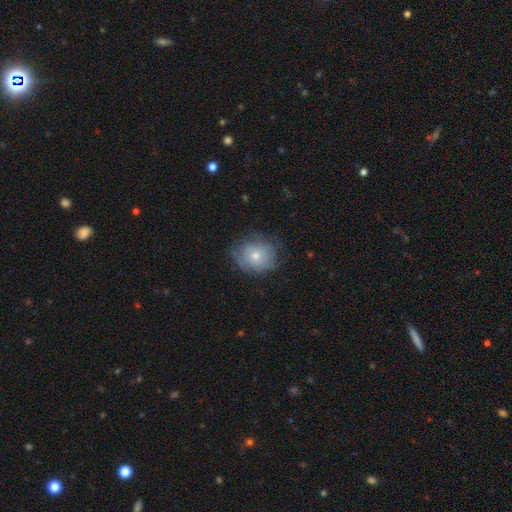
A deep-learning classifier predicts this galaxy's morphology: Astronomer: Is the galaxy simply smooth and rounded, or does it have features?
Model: smooth — 55% (runner-up: featured or disk, 35%).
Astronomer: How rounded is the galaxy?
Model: round — 73%.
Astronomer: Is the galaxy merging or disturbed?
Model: none — 69%.